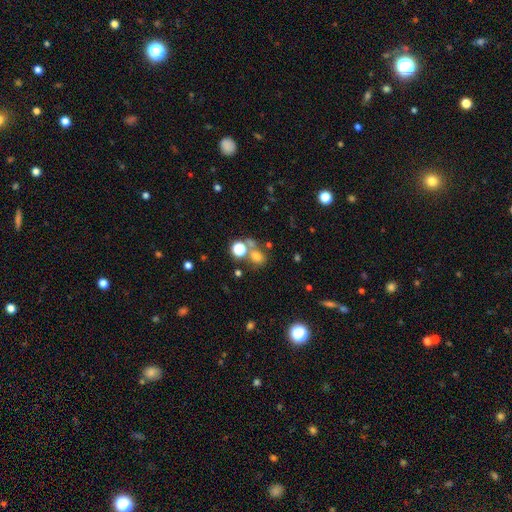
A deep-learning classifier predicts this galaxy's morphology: Smooth or featured: smooth — 64% (star or artifact — 26%)
How rounded: round — 75% (in between — 24%)
Merging: none — 56% (merger — 28%)